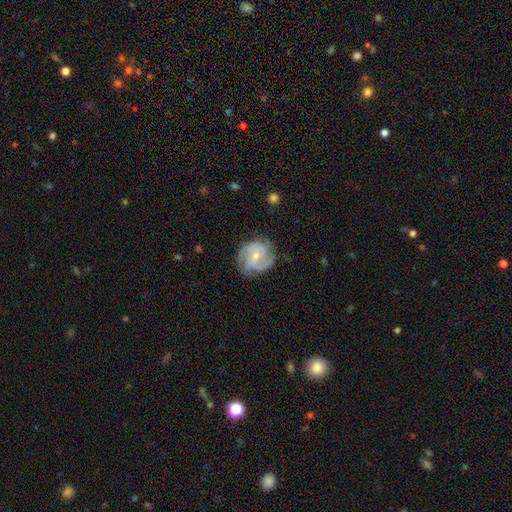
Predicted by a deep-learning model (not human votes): The model was most divided on "bar": weak: 47%, no: 42%, strong: 11%. Remaining: edge-on disk — no (98%); spiral arms — yes (96%); smooth or featured — featured or disk (82%); merging — none (76%); bulge size — small (62%); spiral winding — tight (51%); spiral arm count — 3 (38%).